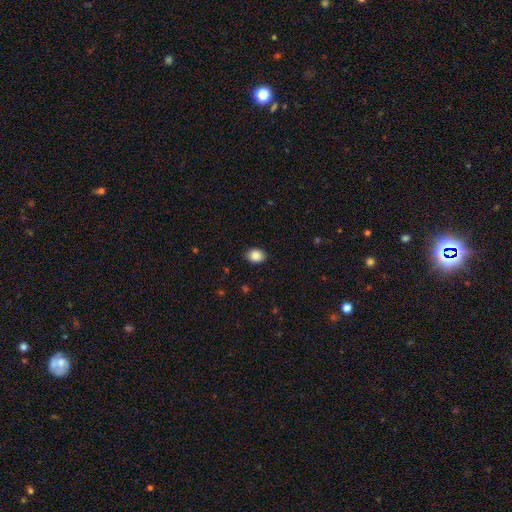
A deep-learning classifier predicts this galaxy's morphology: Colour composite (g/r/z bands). It shows a smooth galaxy with no disk features (88%) that is in between round and cigar-shaped (56%). Merging: none (88%).